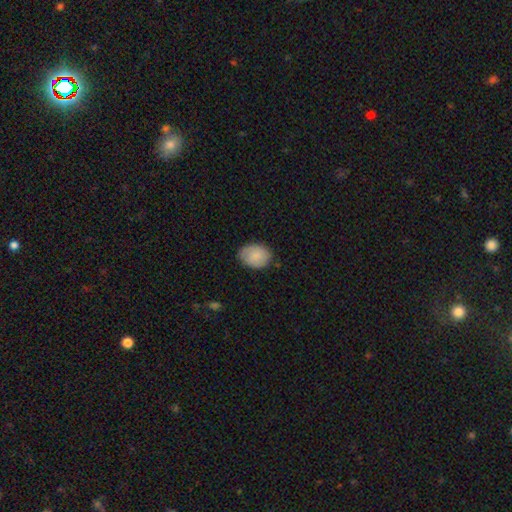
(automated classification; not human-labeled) Smooth or featured? Predicted: smooth (p=0.83). How rounded? Predicted: in between (p=0.72). Merging? Predicted: none (p=0.78).